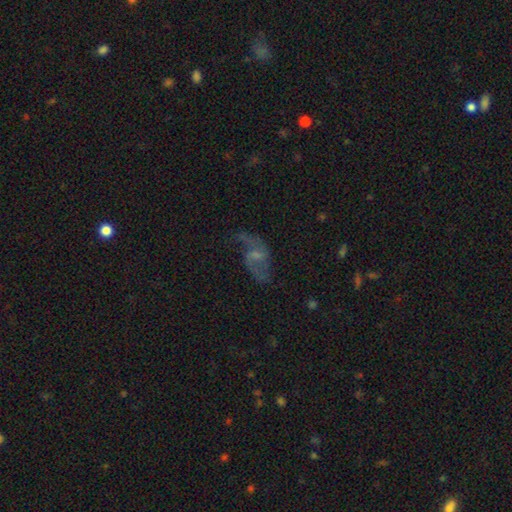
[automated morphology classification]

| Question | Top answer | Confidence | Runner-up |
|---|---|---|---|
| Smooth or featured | featured or disk | 76% | smooth (14%) |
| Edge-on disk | no | 97% | yes (3%) |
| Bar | weak | 47% | no (43%) |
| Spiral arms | yes | 89% | no (11%) |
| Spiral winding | loose | 66% | medium (27%) |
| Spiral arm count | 2 | 85% | 1 (6%) |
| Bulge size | small | 53% | moderate (26%) |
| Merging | none | 58% | major disturbance (20%) |